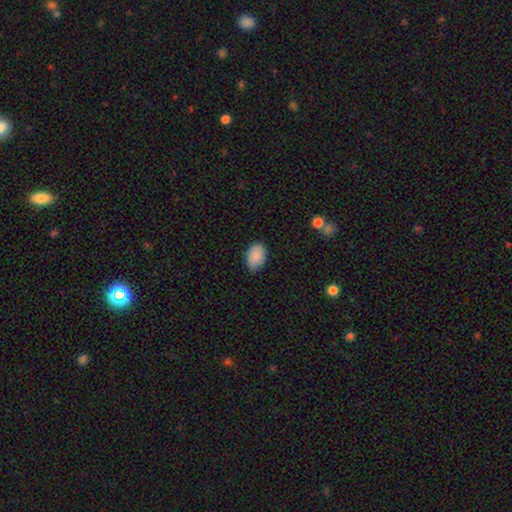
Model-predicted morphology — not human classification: This appears to be a smooth galaxy with no disk features (86%) that is in between round and cigar-shaped (87%). Merging: none (70%).